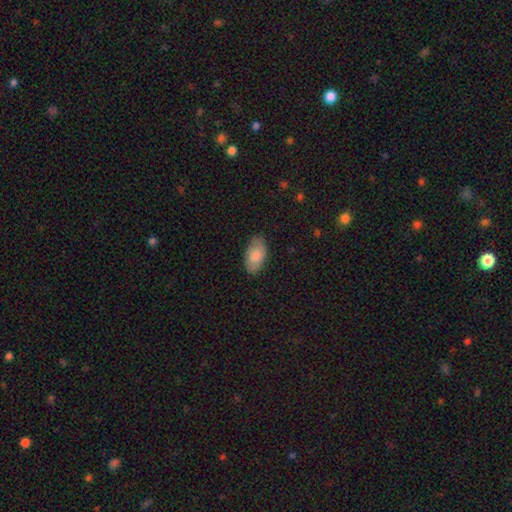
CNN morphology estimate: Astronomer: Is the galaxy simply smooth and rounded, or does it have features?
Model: smooth — 84%.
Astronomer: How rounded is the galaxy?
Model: in between — 95%.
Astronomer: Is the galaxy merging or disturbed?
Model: none — 83%.